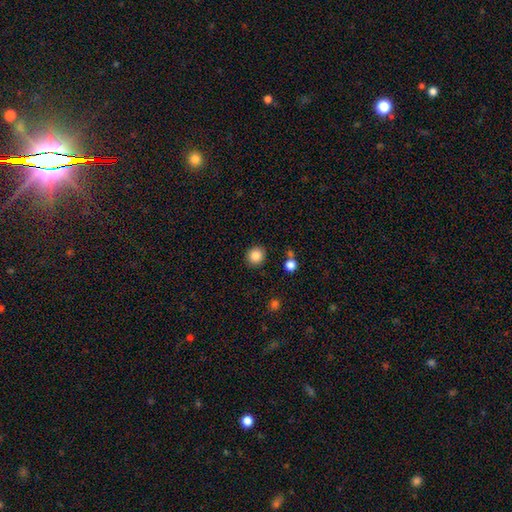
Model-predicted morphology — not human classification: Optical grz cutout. It shows a smooth galaxy with no disk features (86%) that is round (89%). Merging: none (88%).